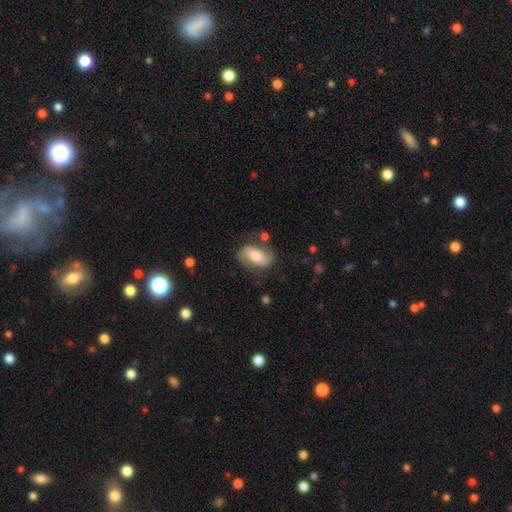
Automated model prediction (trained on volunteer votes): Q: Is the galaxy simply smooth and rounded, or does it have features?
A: featured or disk — 55%.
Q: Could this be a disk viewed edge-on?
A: no — 95%.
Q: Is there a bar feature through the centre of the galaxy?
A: no — 41%.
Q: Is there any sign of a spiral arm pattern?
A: yes — 85%.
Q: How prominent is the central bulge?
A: moderate — 57%.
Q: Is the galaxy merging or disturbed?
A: none — 67%.